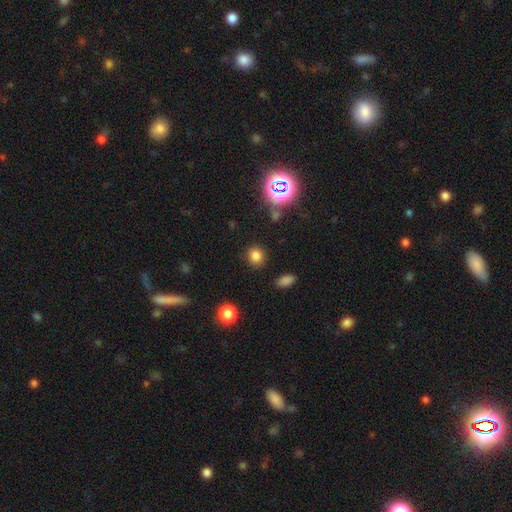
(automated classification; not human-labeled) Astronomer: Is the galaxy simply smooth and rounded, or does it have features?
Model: smooth — 77%.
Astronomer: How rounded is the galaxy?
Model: round — 80%.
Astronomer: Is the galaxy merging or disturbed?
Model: none — 87%.